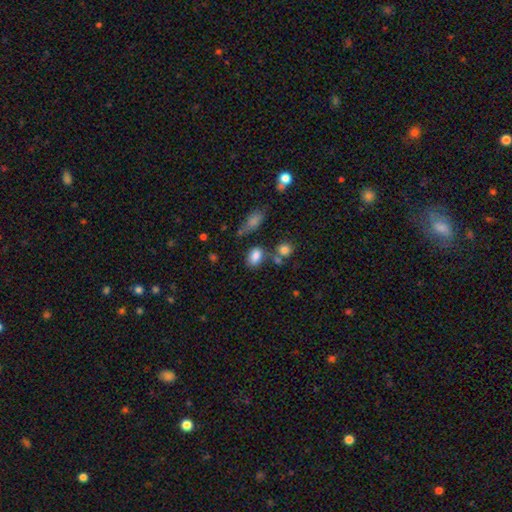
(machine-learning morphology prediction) This is clearly a smooth galaxy (82%). How rounded: clearly in between (84%). Merging: likely none (62%).